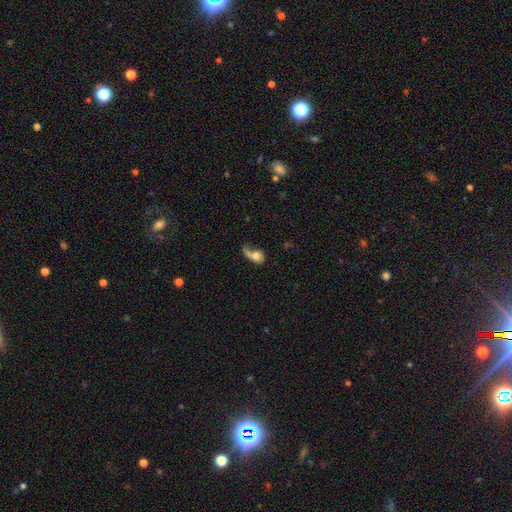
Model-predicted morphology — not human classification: smooth 51%, featured or disk 40%, star or artifact 9%. Down the decision tree: how rounded — in between (60%); merging — major disturbance (42%).